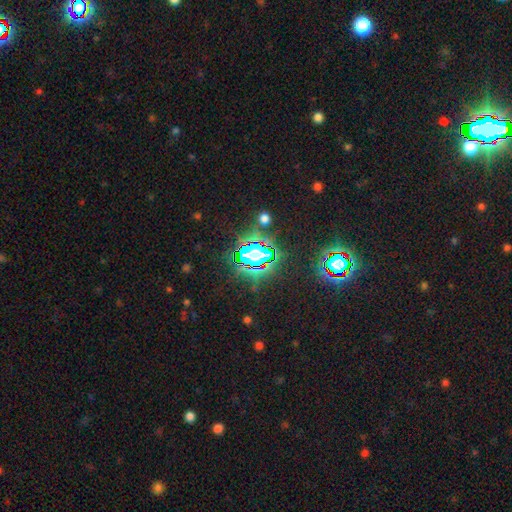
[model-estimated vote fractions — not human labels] smooth-or-featured: star or artifact: 80% | smooth: 12% | featured or disk: 8%